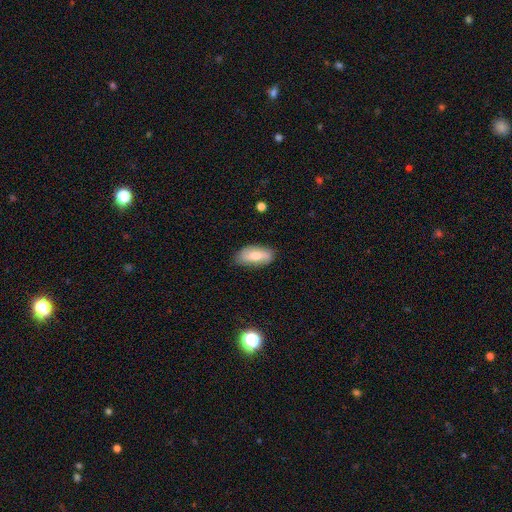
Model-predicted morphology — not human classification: The model was most divided on "smooth or featured": smooth: 58%, featured or disk: 35%, star or artifact: 6%. More confident: how rounded — in between (88%); merging — none (79%).